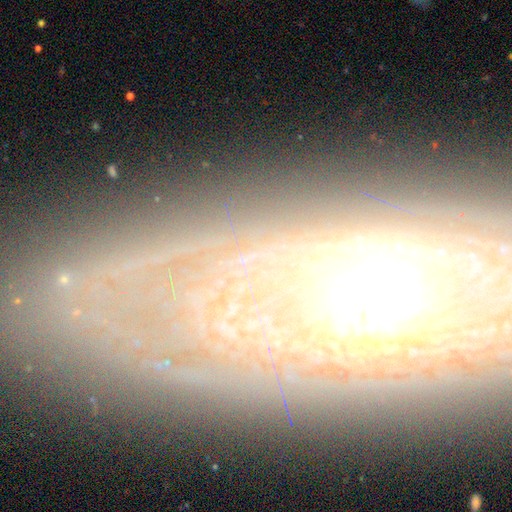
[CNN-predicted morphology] A featured or disk galaxy (73%).

Vote fractions:
- Smooth or featured? featured or disk: 73% / smooth: 15% / star or artifact: 12%
- Edge-on disk? no: 62% / yes: 38%
- Merging? none: 82% / minor disturbance: 12% / major disturbance: 4% / merger: 2%